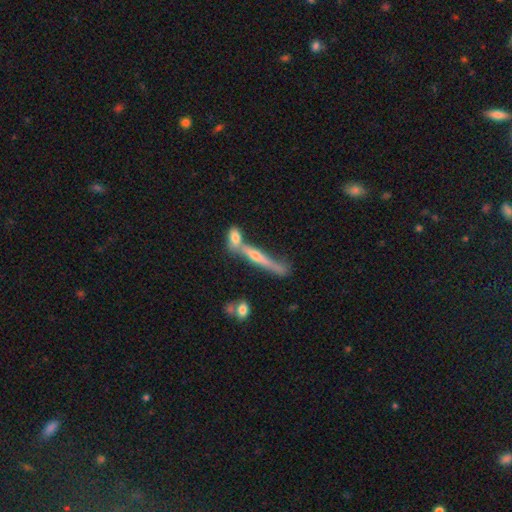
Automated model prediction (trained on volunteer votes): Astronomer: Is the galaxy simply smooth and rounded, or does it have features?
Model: featured or disk — 65%.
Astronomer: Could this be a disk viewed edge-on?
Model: yes — 89%.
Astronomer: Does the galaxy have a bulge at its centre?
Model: rounded — 82%.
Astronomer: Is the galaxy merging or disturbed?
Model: none — 48% (runner-up: merger, 33%).